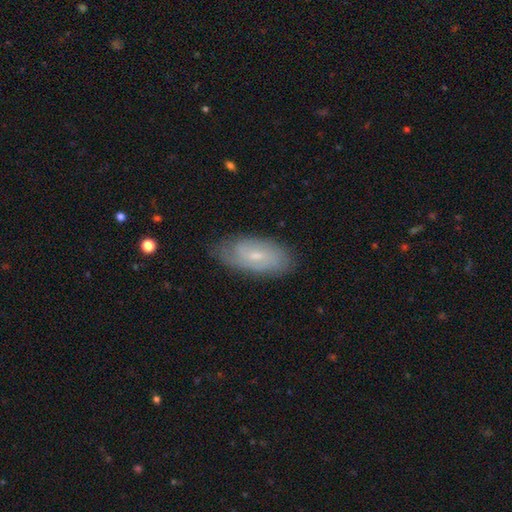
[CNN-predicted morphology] type=featured or disk (63%); edge-on=no (91%); bar=weak (50%); spiral arms=yes (86%); bulge=small (66%); merging=none (78%).